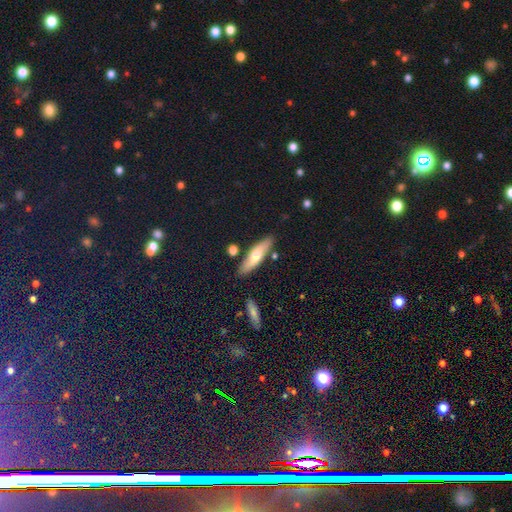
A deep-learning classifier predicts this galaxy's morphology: type=smooth (61%); roundness=cigar-shaped (63%); merging=none (83%).